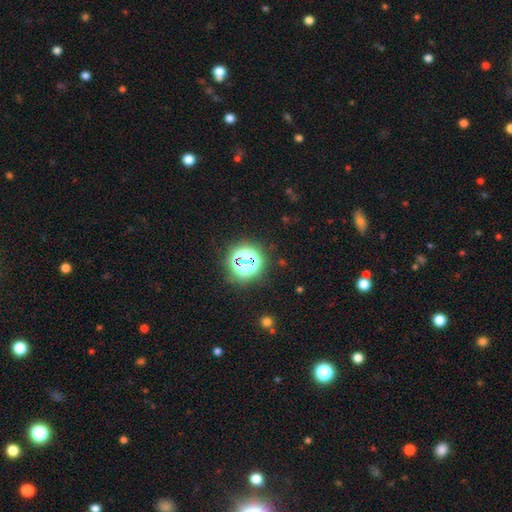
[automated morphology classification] smooth_or_featured: star or artifact (p=0.78) [alt: smooth p=0.16]